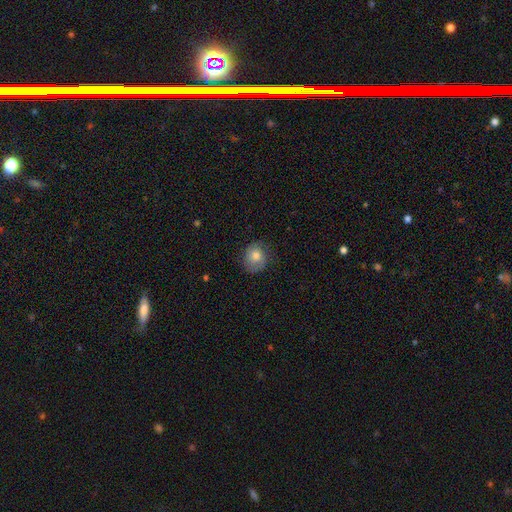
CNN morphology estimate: Overall: smooth (69%). How rounded: round (73%). Merging: none (74%).